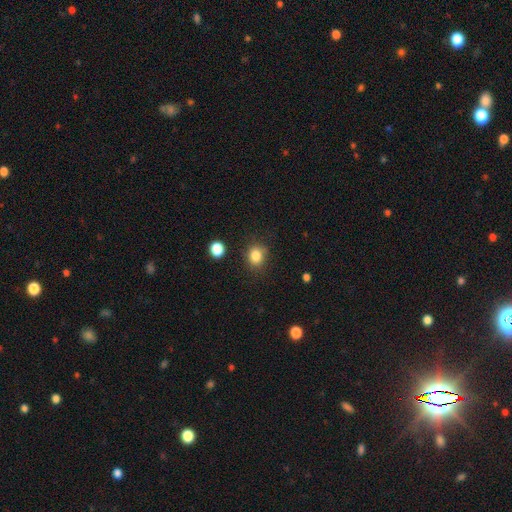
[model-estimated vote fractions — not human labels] A smooth galaxy with no disk features (84%) that is round (65%).

Vote fractions:
- Smooth or featured? smooth: 84% / star or artifact: 11% / featured or disk: 5%
- How rounded? round: 65% / in between: 34% / cigar-shaped: 1%
- Merging? none: 81% / minor disturbance: 13% / major disturbance: 4% / merger: 3%